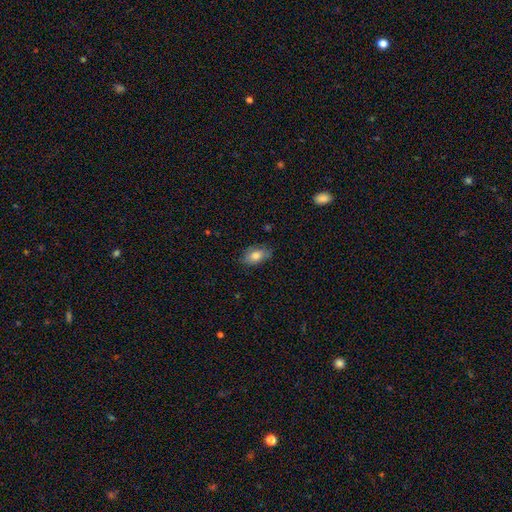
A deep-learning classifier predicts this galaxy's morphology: type=smooth (79%); roundness=in between (89%); merging=none (76%).